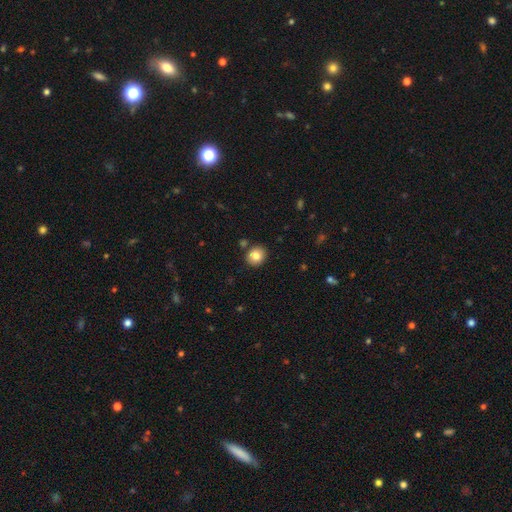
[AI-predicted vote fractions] Smooth or featured? smooth (83%)
How rounded? round (77%)
Merging? none (86%)